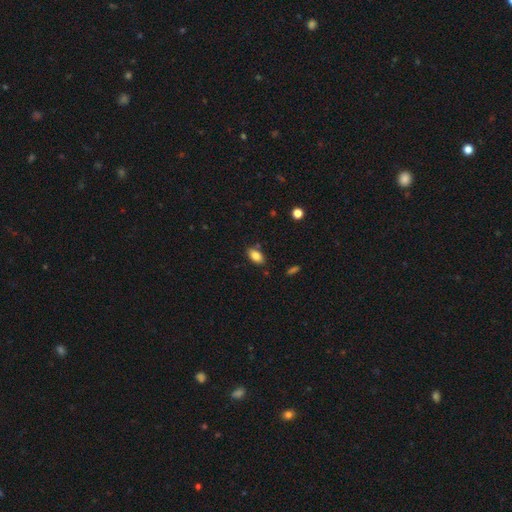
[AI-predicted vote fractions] A smooth galaxy with no disk features (84%) that is in between round and cigar-shaped (91%). Merging: none (83%).